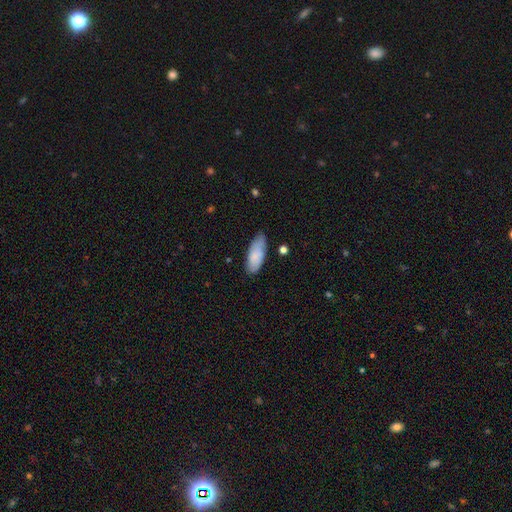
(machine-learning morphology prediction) type=smooth (81%); roundness=in between (80%); merging=none (73%).